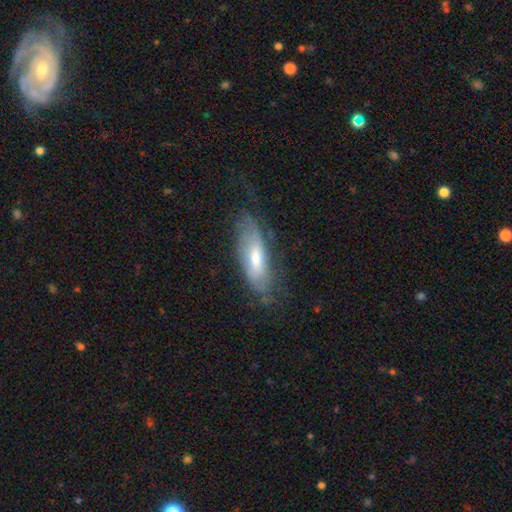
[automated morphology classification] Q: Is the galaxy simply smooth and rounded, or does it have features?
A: featured or disk — 53%.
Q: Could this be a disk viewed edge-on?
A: no — 68%.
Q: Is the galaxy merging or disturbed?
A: none — 60%.